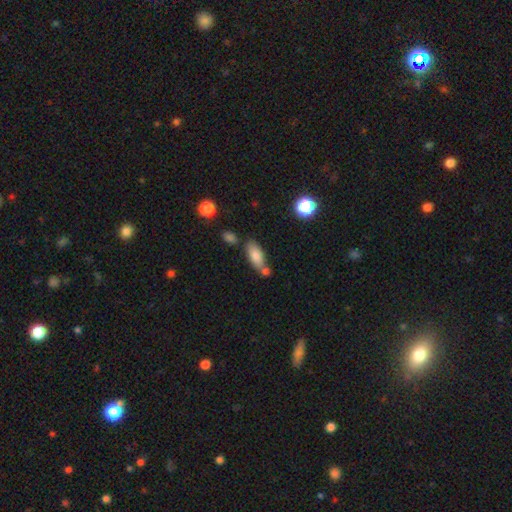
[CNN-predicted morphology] smooth-or-featured: smooth: 80% | featured or disk: 12% | star or artifact: 8%
  how-rounded: in between: 81% | cigar-shaped: 16% | round: 3%
  merging: none: 57% | merger: 23% | minor disturbance: 16% | major disturbance: 4%